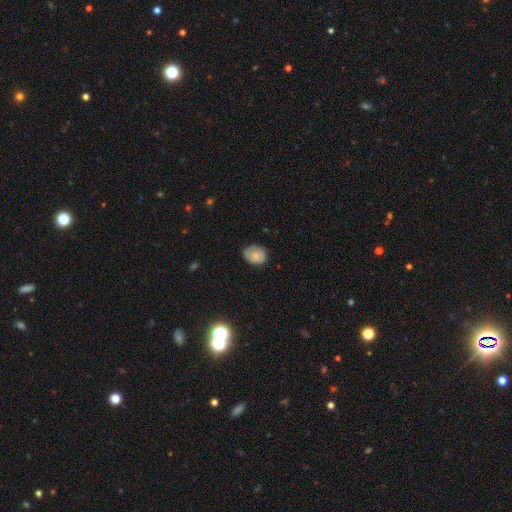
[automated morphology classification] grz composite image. It shows a smooth galaxy with no disk features (68%) that is in between round and cigar-shaped (62%). Merging: none (68%).